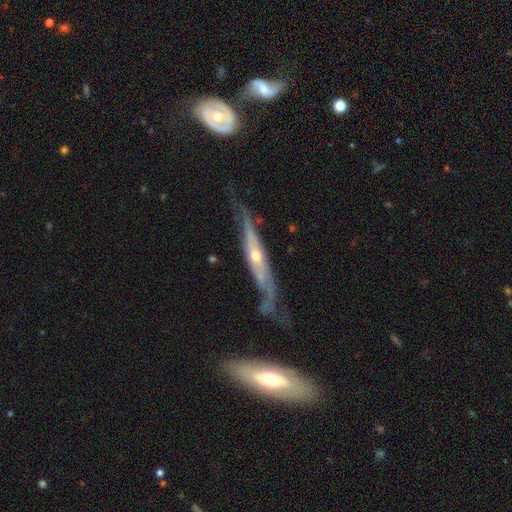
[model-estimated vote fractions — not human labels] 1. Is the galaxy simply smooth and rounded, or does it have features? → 78% featured or disk, 15% smooth, 7% star or artifact.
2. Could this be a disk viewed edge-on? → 70% yes, 30% no.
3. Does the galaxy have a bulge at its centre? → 75% rounded, 21% none, 4% boxy.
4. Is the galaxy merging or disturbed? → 51% none, 29% minor disturbance, 14% major disturbance, 6% merger.